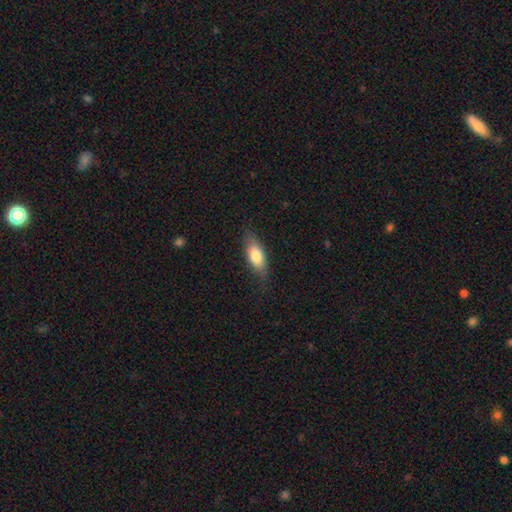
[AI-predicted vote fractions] Smooth or featured? smooth (76%)
How rounded? in between (78%)
Merging? none (76%)